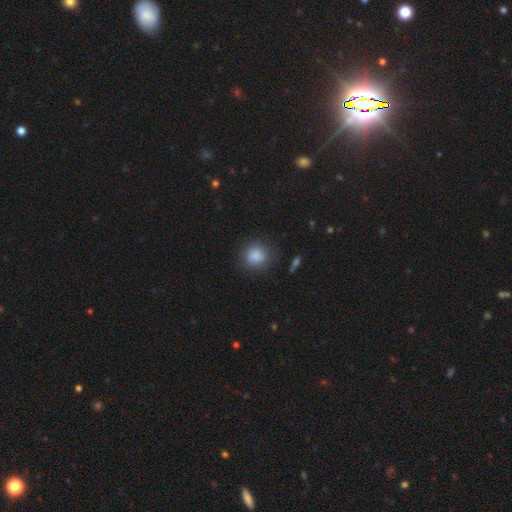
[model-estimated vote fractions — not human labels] Q: Smooth or featured?
A: smooth (86%); runner-up: star or artifact (8%)
Q: How rounded?
A: round (87%); runner-up: in between (12%)
Q: Merging?
A: none (81%); runner-up: minor disturbance (13%)